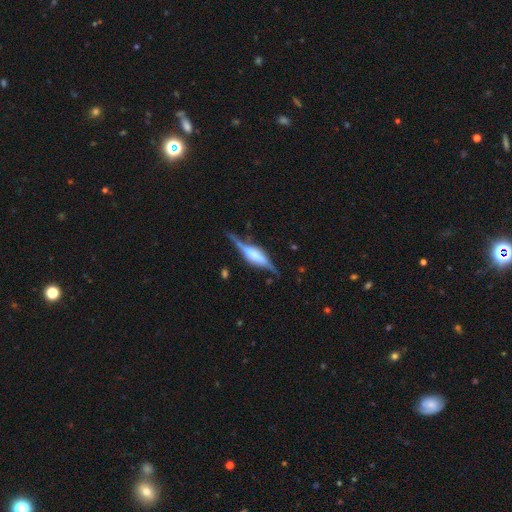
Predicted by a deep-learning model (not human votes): Morphology: type=featured or disk (79%); edge-on=yes (93%); edge-on bulge=boxy (49%); merging=none (71%).